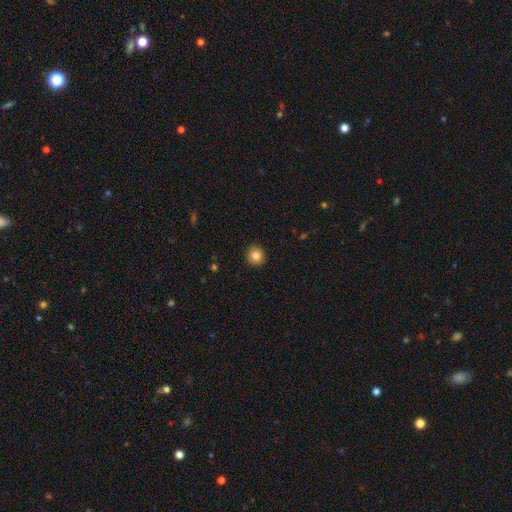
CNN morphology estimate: Smooth or featured: smooth — 85% (star or artifact — 10%)
How rounded: round — 92% (in between — 7%)
Merging: none — 92% (minor disturbance — 5%)